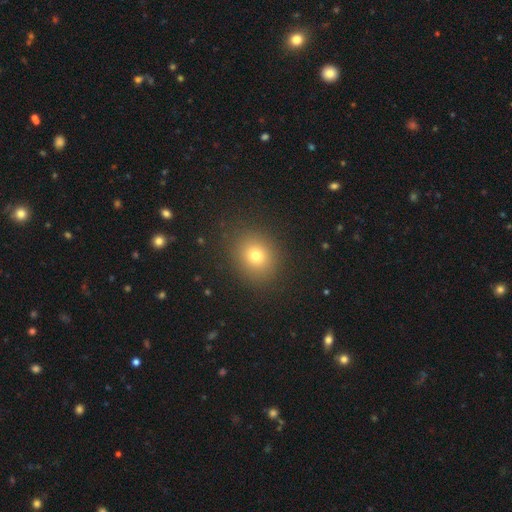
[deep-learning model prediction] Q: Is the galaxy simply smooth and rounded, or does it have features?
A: smooth — 74%.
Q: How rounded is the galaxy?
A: round — 71%.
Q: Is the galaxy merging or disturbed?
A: none — 88%.